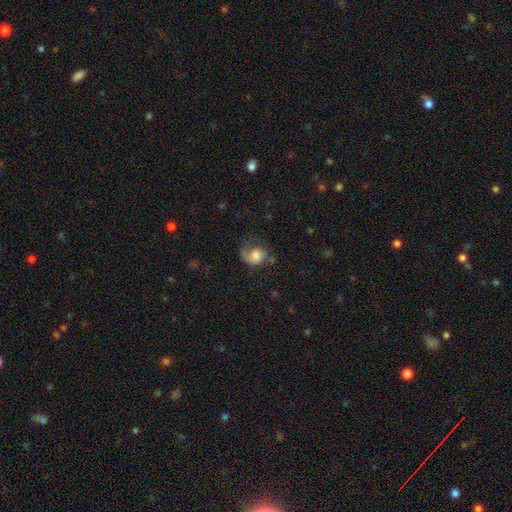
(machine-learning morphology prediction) Overall: smooth (51%; featured or disk 41%). How rounded: round (63%; in between 36%). Merging: none (40%; major disturbance 34%).